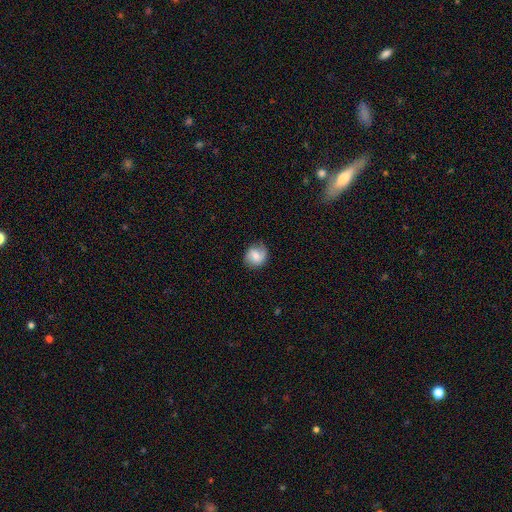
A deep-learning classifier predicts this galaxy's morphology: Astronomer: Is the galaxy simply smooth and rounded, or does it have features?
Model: smooth — 52% (runner-up: featured or disk, 40%).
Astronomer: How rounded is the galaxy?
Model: round — 79%.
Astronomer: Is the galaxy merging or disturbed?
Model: none — 74%.